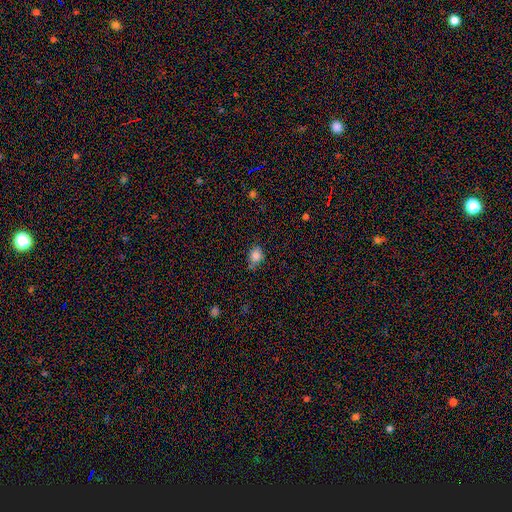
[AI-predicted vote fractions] smooth-or-featured: smooth: 84% | star or artifact: 11% | featured or disk: 6%
  how-rounded: round: 58% | in between: 41% | cigar-shaped: 1%
  merging: none: 65% | minor disturbance: 25% | merger: 5% | major disturbance: 5%